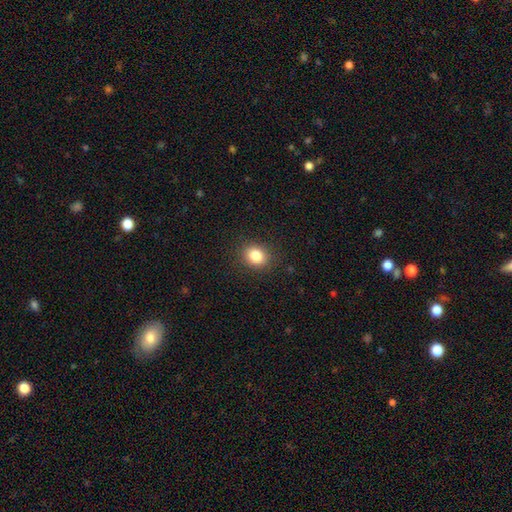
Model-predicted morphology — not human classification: smooth_or_featured: smooth (p=0.83) [alt: star or artifact p=0.11]
how_rounded: round (p=0.59) [alt: in between p=0.40]
merging: none (p=0.88) [alt: minor disturbance p=0.08]